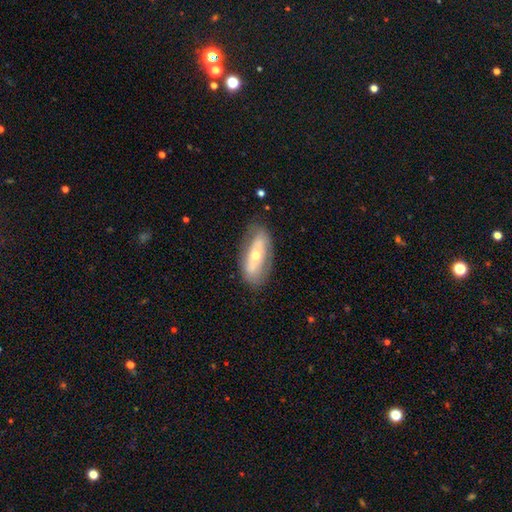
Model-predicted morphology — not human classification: A featured or disk galaxy (52%). Merging: none (74%).